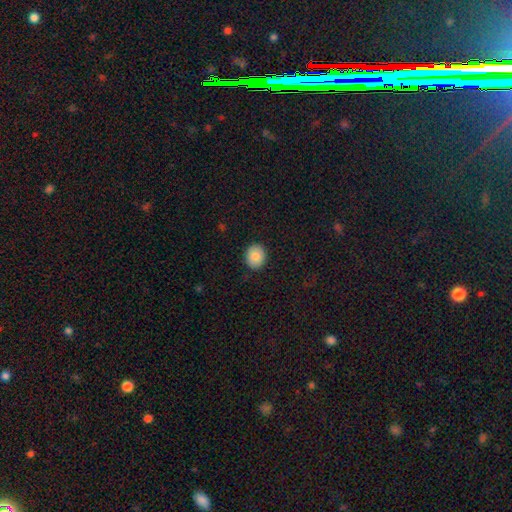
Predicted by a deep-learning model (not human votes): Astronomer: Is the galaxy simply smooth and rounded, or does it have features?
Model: smooth — 84%.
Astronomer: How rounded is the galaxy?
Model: round — 67%.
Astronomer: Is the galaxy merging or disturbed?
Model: none — 90%.